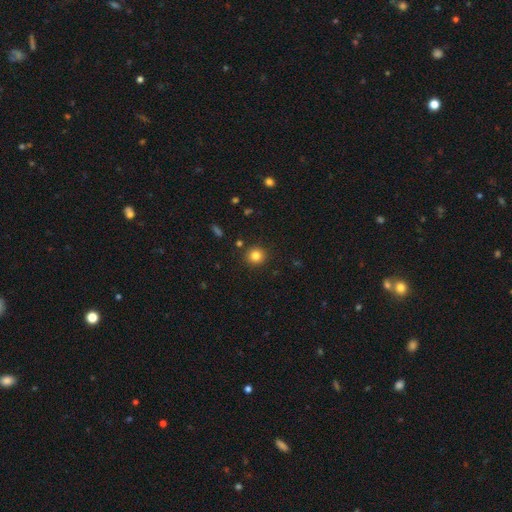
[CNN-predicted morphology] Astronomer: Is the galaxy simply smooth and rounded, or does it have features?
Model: smooth — 82%.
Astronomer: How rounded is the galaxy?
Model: round — 93%.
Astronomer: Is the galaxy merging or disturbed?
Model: none — 90%.